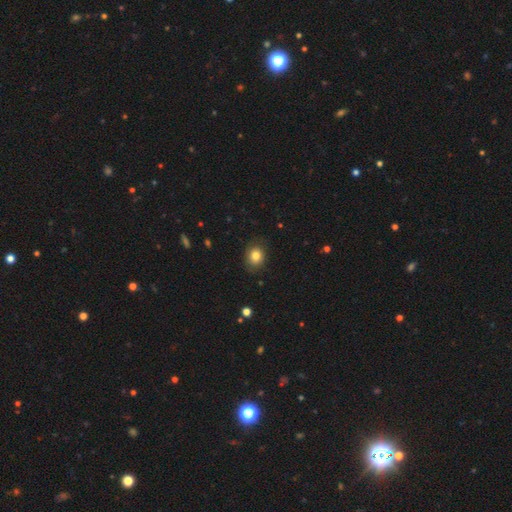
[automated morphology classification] smooth_or_featured: smooth (p=0.82) [alt: star or artifact p=0.10]
how_rounded: round (p=0.59) [alt: in between p=0.40]
merging: none (p=0.82) [alt: minor disturbance p=0.14]